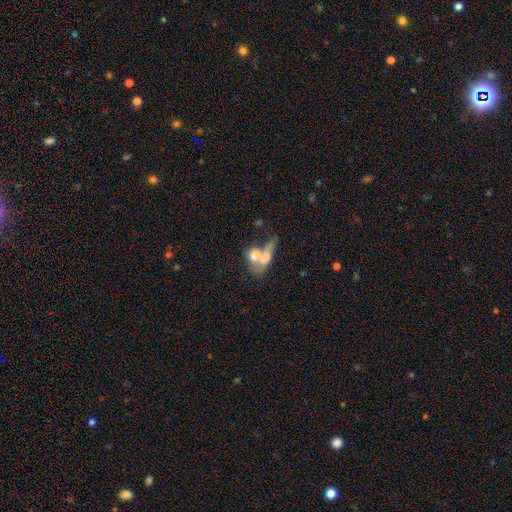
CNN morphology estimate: smooth-or-featured: smooth: 62% | featured or disk: 29% | star or artifact: 9%
  how-rounded: in between: 67% | round: 23% | cigar-shaped: 10%
  merging: merger: 69% | none: 13% | major disturbance: 11% | minor disturbance: 7%